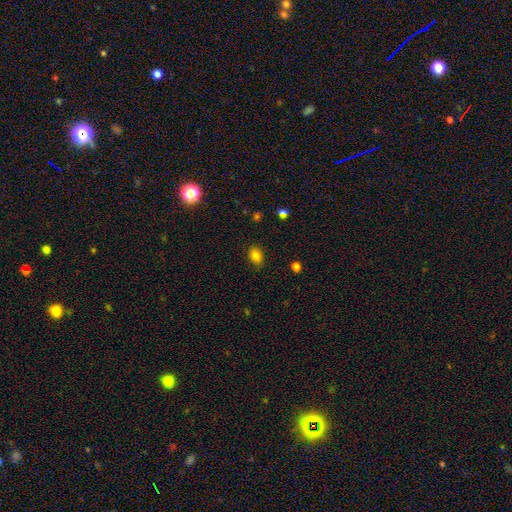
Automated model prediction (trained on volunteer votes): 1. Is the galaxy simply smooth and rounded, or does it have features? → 82% smooth, 12% star or artifact, 6% featured or disk.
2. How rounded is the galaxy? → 72% in between, 27% round, 1% cigar-shaped.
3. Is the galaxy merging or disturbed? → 86% none, 10% minor disturbance, 3% major disturbance, 1% merger.